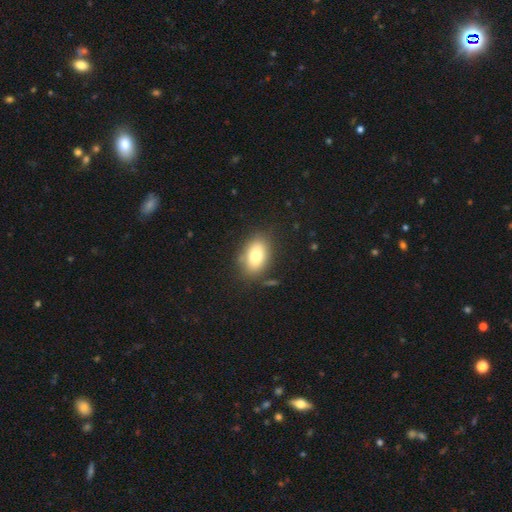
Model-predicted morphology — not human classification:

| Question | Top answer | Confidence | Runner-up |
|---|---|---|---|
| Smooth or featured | smooth | 78% | featured or disk (13%) |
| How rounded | in between | 86% | round (12%) |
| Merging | none | 80% | minor disturbance (13%) |